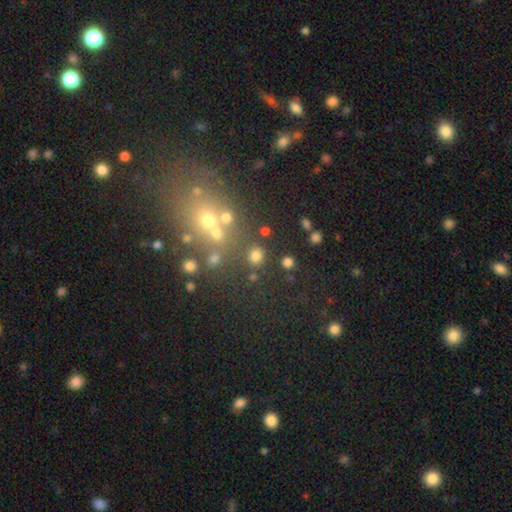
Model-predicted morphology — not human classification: Smooth or featured? smooth (73%)
How rounded? round (83%)
Merging? none (78%)